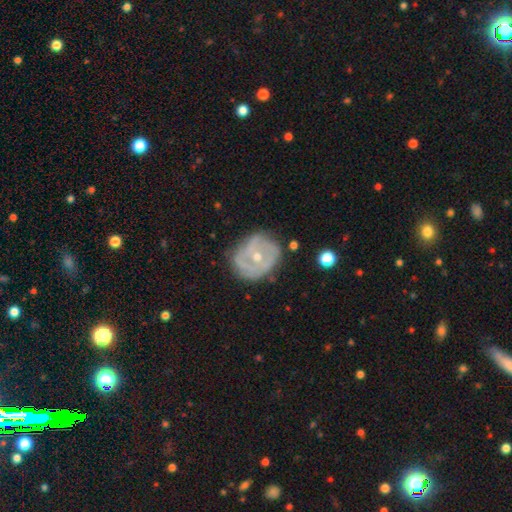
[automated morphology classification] featured or disk 74%, smooth 19%, star or artifact 7%. Down the decision tree: edge-on disk — no (96%); bar — no (65%); spiral arms — yes (68%); bulge size — small (54%); merging — none (65%).